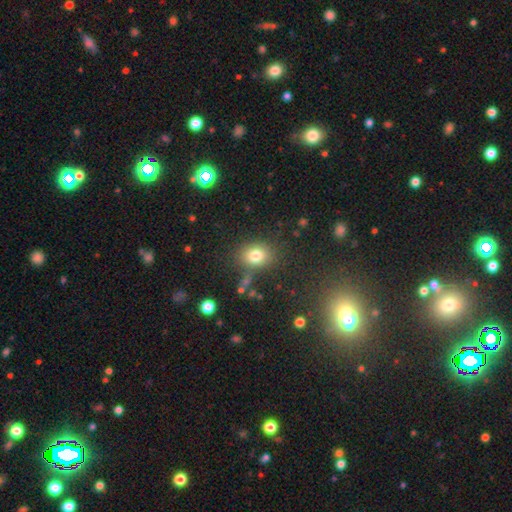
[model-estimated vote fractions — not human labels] smooth_or_featured: smooth (p=0.78) [alt: star or artifact p=0.14]
how_rounded: round (p=0.56) [alt: in between p=0.43]
merging: none (p=0.76) [alt: minor disturbance p=0.13]